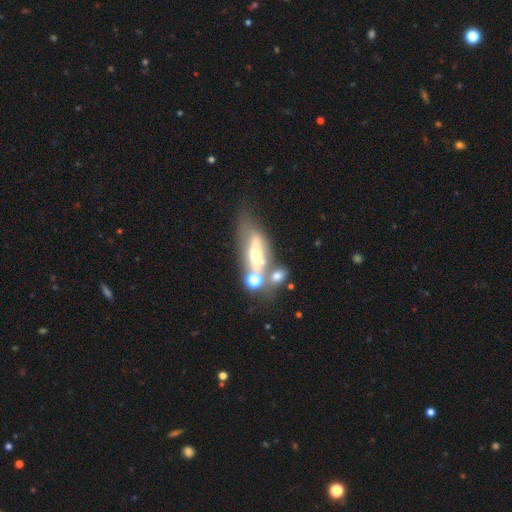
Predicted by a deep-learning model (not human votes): featured or disk 57%, smooth 30%, star or artifact 13%. Down the decision tree: edge-on disk — no (68%); merging — merger (35%).